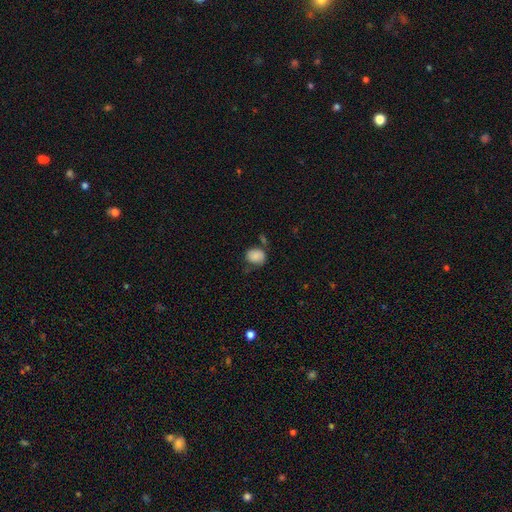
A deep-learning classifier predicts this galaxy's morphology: This is clearly a smooth galaxy (82%). How rounded: possibly round (54%). Merging: possibly none (53%).